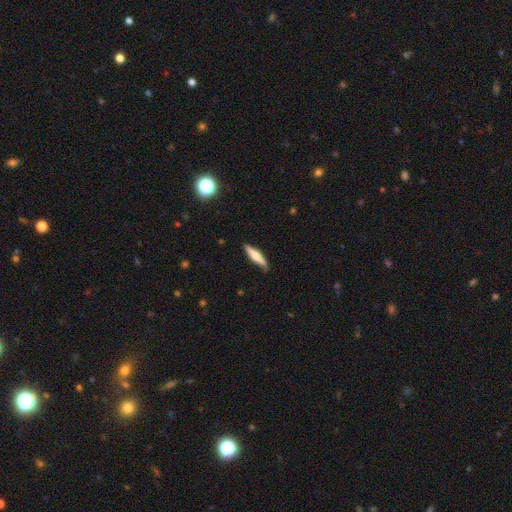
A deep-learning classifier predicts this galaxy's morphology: Q: Smooth or featured?
A: smooth (49%); runner-up: featured or disk (45%)
Q: Merging?
A: none (83%); runner-up: minor disturbance (14%)